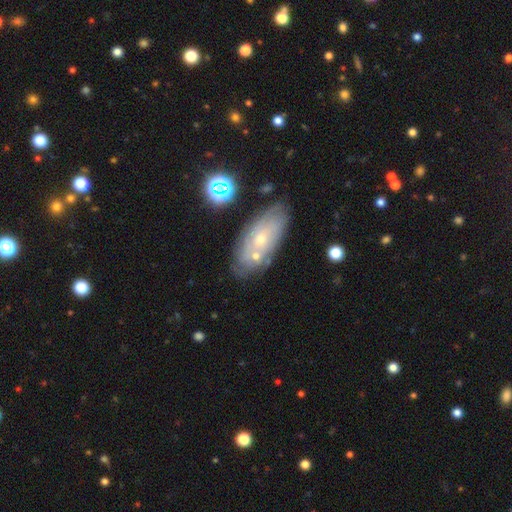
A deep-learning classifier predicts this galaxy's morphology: Smooth or featured: featured or disk — 53% (smooth — 38%)
Edge-on disk: no — 88% (yes — 12%)
Merging: none — 63% (minor disturbance — 17%)